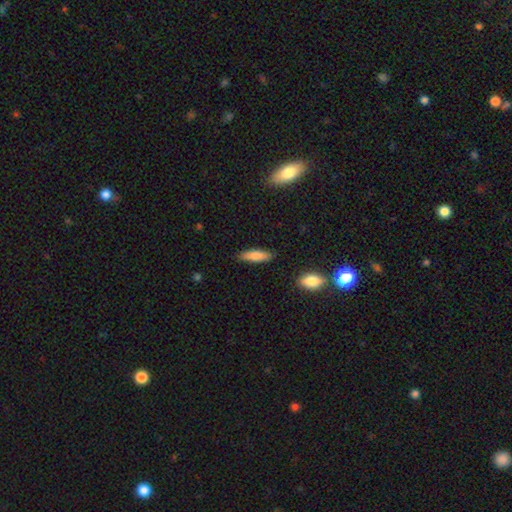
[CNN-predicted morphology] A smooth galaxy with no disk features (82%) that is cigar-shaped (59%). Merging: none (86%).